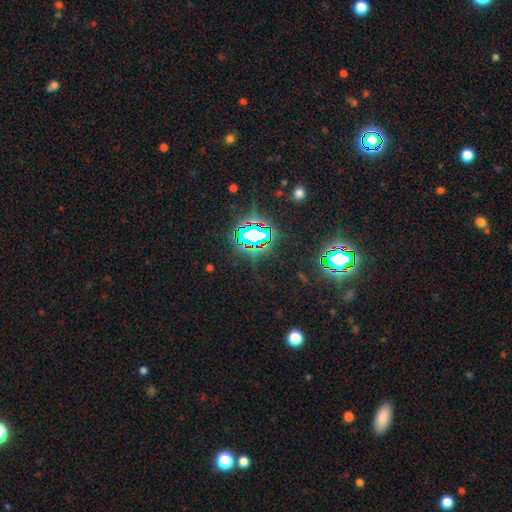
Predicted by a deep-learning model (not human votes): smooth_or_featured: star or artifact (p=0.82) [alt: smooth p=0.11]